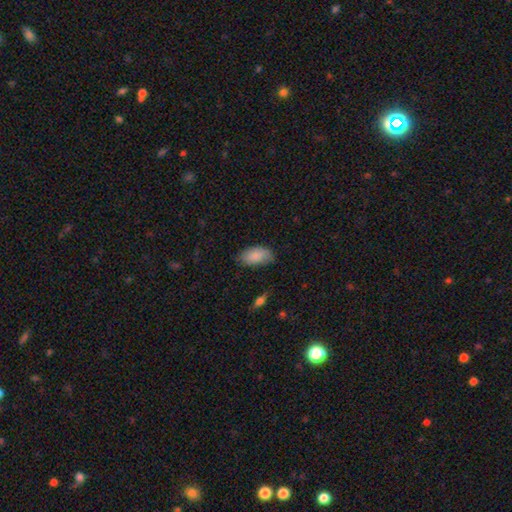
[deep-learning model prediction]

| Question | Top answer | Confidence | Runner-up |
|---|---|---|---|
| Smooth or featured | smooth | 87% | featured or disk (6%) |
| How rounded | in between | 94% | cigar-shaped (3%) |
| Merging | none | 72% | minor disturbance (22%) |